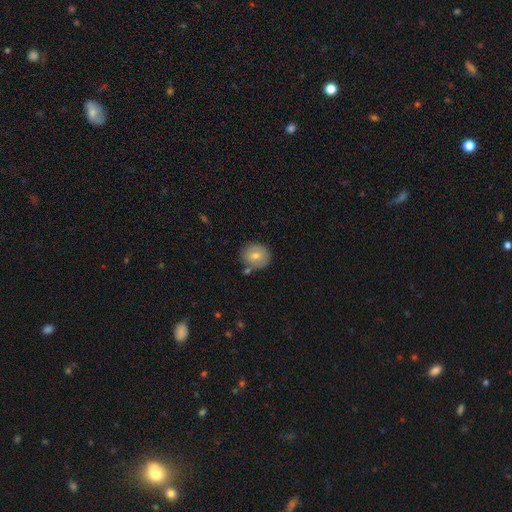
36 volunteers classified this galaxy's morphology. Smooth or featured? smooth (89%)
How rounded? round (88%)
Merging? none (64%)